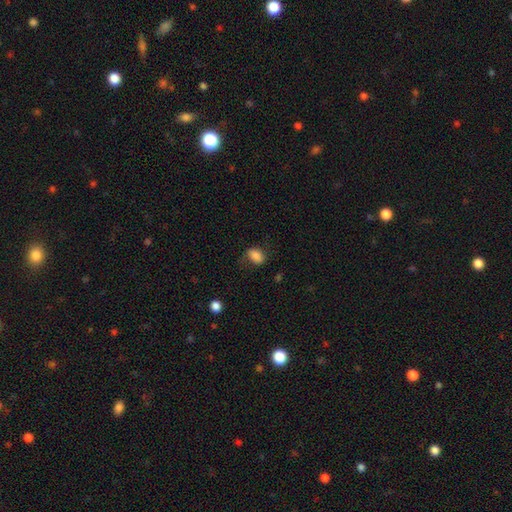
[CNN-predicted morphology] Overall: smooth (79%). How rounded: in between (77%). Merging: none (56%; minor disturbance 27%).